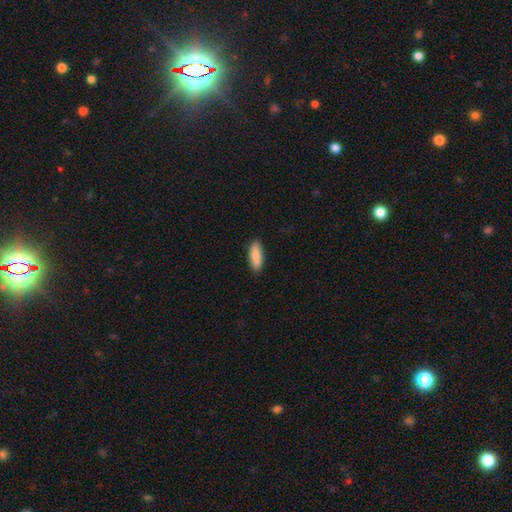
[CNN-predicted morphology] type=smooth (86%); roundness=in between (67%); merging=none (88%).